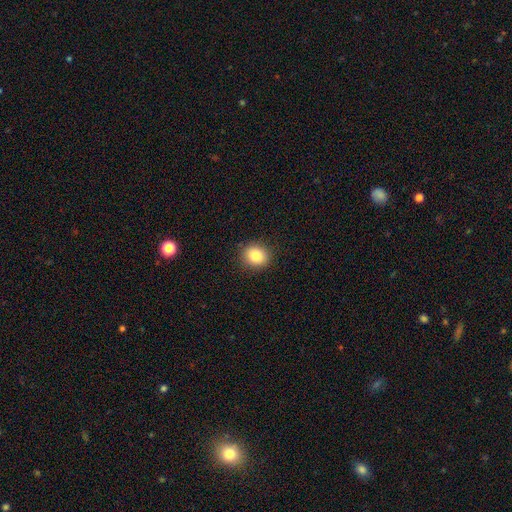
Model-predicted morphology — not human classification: A smooth galaxy with no disk features (85%) that is round (71%).

Vote fractions:
- Smooth or featured? smooth: 85% / star or artifact: 9% / featured or disk: 6%
- How rounded? round: 71% / in between: 28% / cigar-shaped: 1%
- Merging? none: 89% / minor disturbance: 7% / major disturbance: 2% / merger: 1%